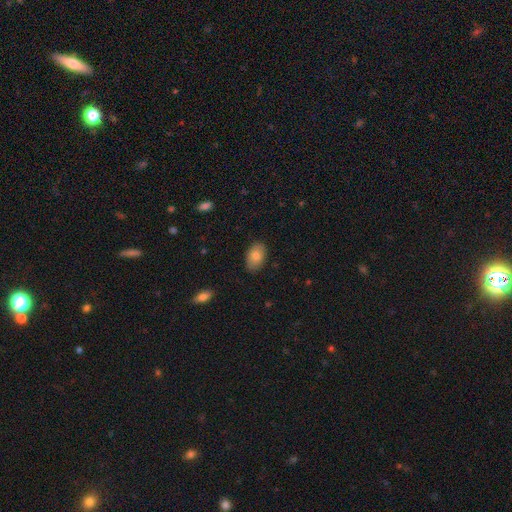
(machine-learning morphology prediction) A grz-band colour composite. It shows a smooth galaxy with no disk features (82%) that is in between round and cigar-shaped (90%). Merging: none (85%).